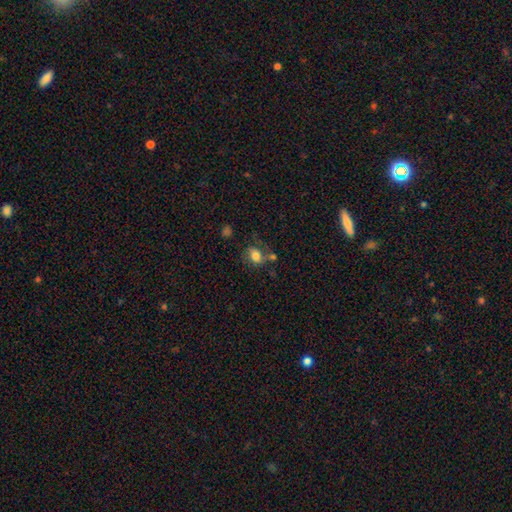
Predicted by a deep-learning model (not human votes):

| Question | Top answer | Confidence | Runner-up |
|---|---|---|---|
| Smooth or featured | smooth | 73% | featured or disk (17%) |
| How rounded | in between | 56% | round (43%) |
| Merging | none | 45% | merger (22%) |